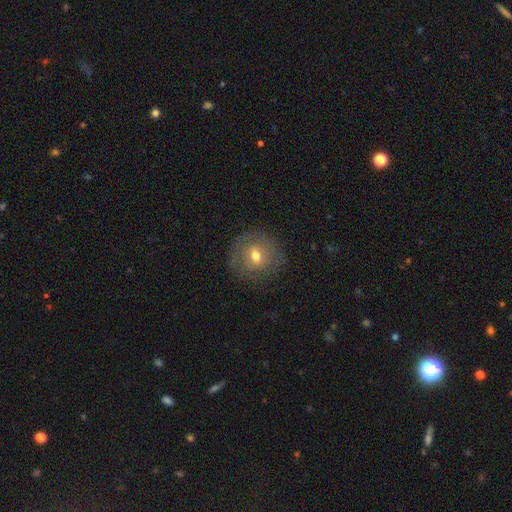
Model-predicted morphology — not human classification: Overall: smooth (60%; featured or disk 30%). How rounded: round (84%). Merging: none (80%).